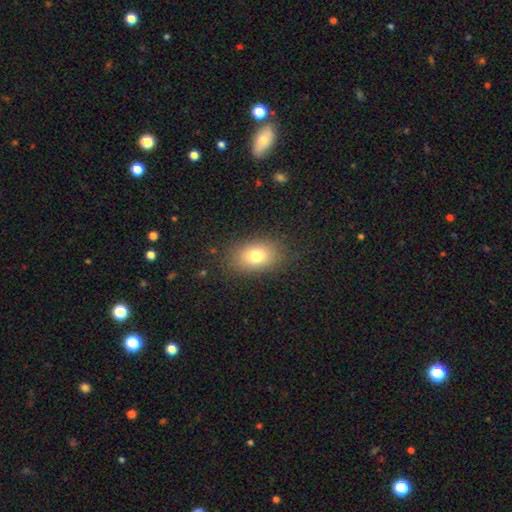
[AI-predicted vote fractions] Smooth or featured? smooth (77%)
How rounded? in between (78%)
Merging? none (85%)